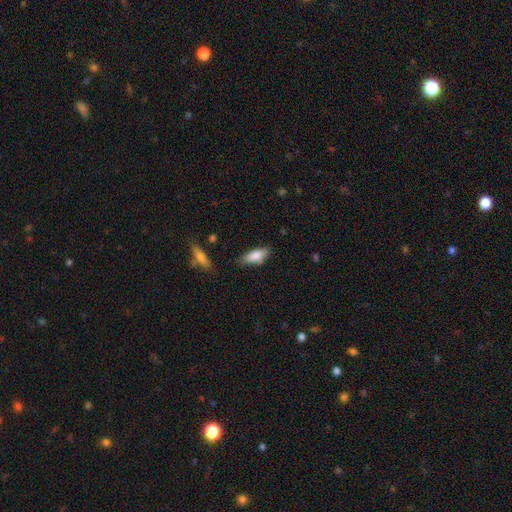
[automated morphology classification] smooth 80%, featured or disk 13%, star or artifact 7%. Down the decision tree: how rounded — in between (69%); merging — none (71%).